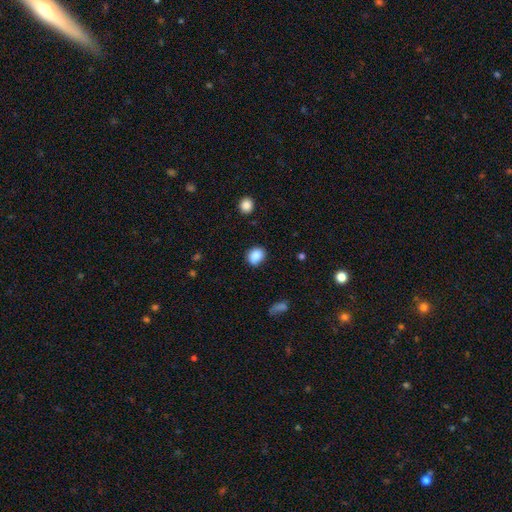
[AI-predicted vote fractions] Morphology: type=smooth (87%); roundness=round (55%); merging=none (81%).